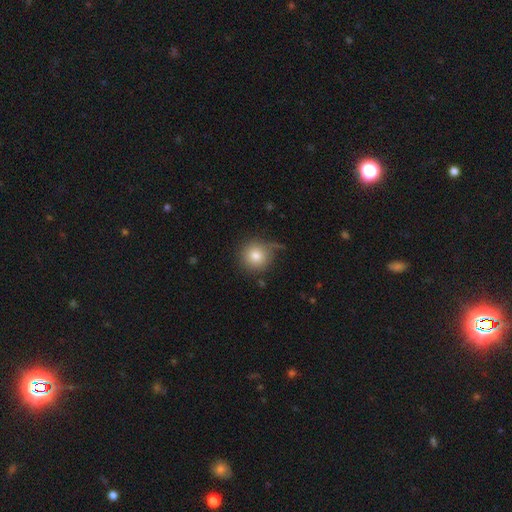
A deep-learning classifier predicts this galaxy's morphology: This is likely a smooth galaxy (80%). How rounded: clearly round (93%). Merging: likely none (68%).